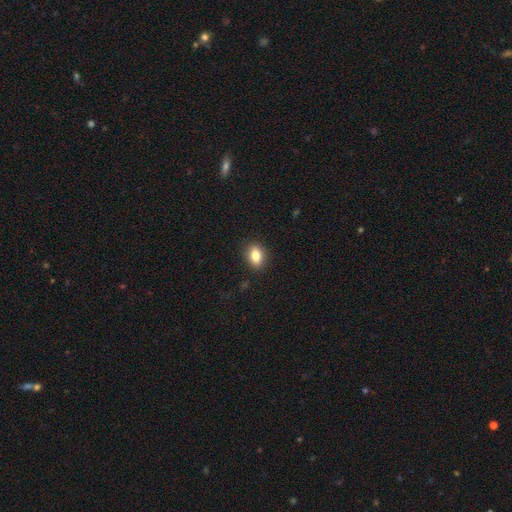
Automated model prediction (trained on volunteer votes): This appears to be a smooth galaxy with no disk features (82%) that is in between round and cigar-shaped (76%). Merging: none (88%).